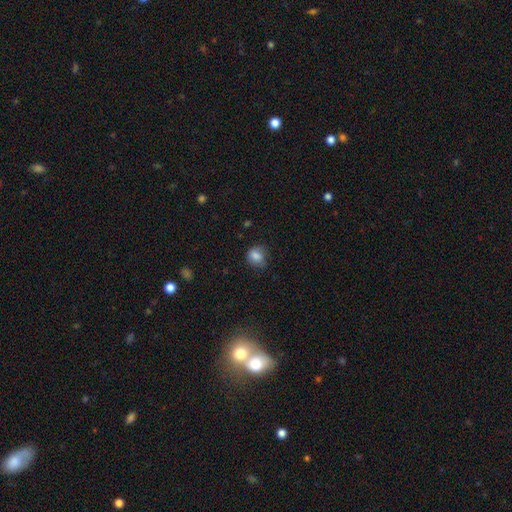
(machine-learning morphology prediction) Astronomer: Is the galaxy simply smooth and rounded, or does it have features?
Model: smooth — 81%.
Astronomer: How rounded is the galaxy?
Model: round — 64%.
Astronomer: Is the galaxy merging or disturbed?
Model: none — 59%.